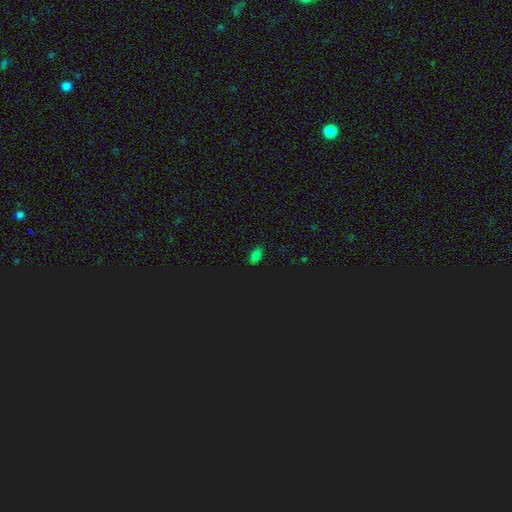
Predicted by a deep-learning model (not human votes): A smooth galaxy with no disk features (69%) that is in between round and cigar-shaped (90%). Merging: none (87%).